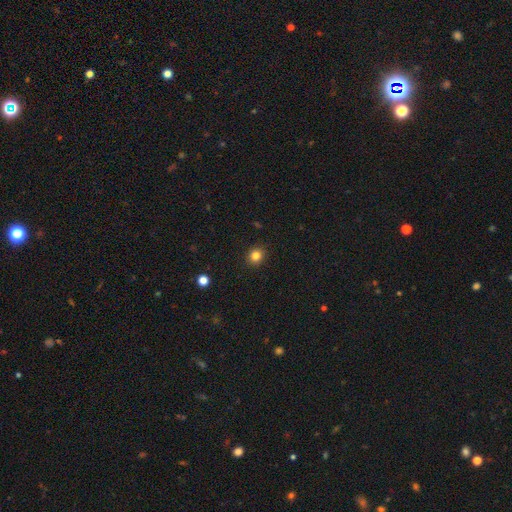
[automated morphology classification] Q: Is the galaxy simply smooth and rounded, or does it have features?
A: smooth — 82%.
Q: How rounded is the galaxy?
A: round — 81%.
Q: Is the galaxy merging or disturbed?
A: none — 91%.